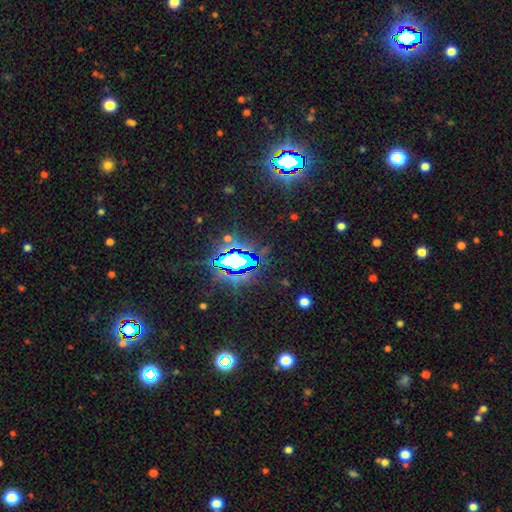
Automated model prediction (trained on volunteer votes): This appears to be a star or artifact, not a galaxy (83%).